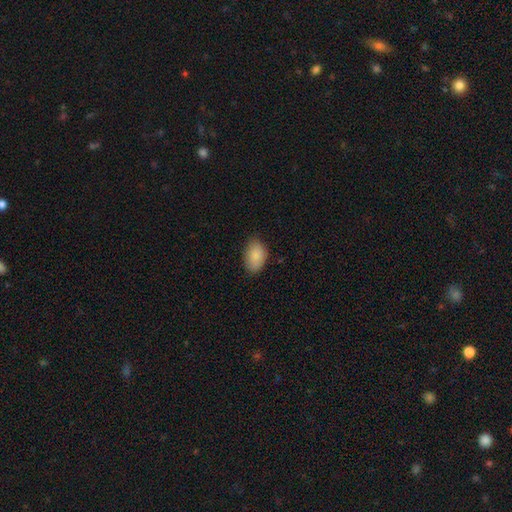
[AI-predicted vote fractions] Smooth or featured?
  - smooth: 86% *
  - featured or disk: 7%
  - star or artifact: 7%
How rounded?
  - in between: 90% *
  - round: 9%
  - cigar-shaped: 1%
Merging?
  - none: 79% *
  - minor disturbance: 17%
  - major disturbance: 3%
  - merger: 1%